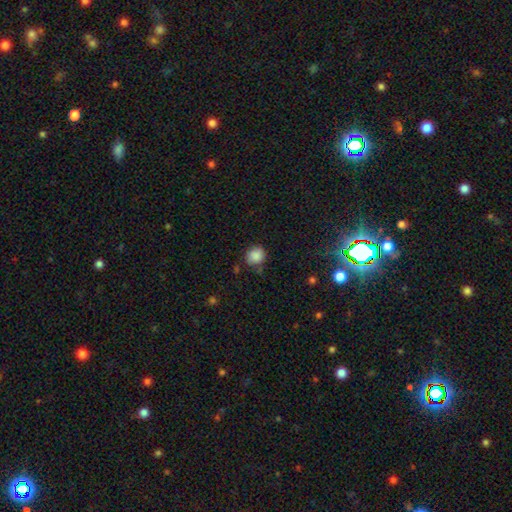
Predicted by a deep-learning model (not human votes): smooth-or-featured: smooth: 87% | star or artifact: 9% | featured or disk: 4%
  how-rounded: round: 81% | in between: 18% | cigar-shaped: 1%
  merging: none: 73% | minor disturbance: 19% | major disturbance: 4% | merger: 4%